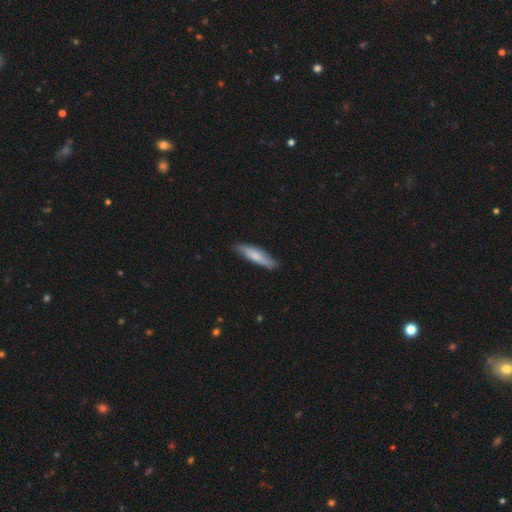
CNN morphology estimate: This appears to be a smooth galaxy with no disk features (71%) that is cigar-shaped (73%). Merging: none (81%).